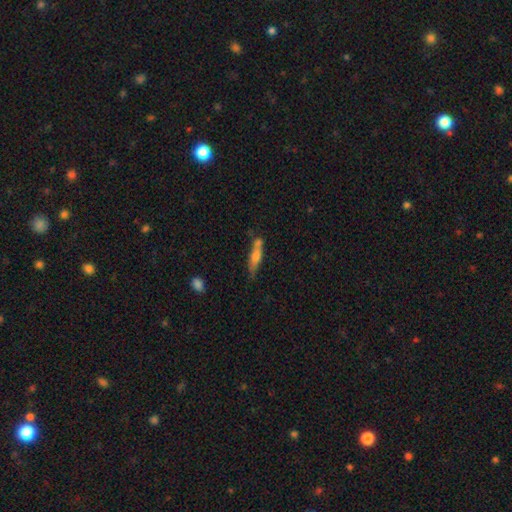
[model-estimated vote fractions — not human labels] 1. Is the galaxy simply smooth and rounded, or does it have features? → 50% featured or disk, 40% smooth, 10% star or artifact.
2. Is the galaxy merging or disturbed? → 61% none, 17% minor disturbance, 16% merger, 6% major disturbance.